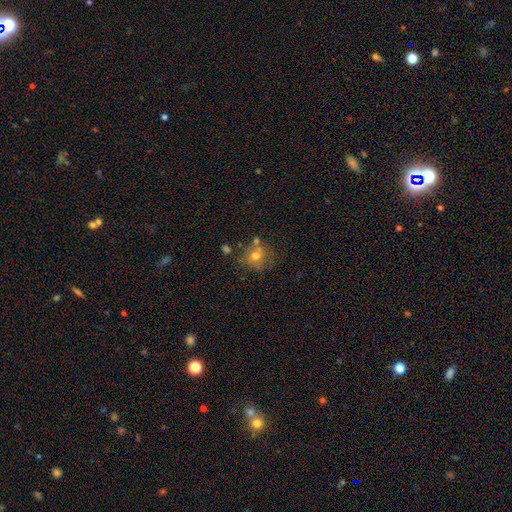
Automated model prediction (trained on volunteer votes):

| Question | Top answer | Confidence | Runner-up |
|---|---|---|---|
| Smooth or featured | smooth | 61% | featured or disk (24%) |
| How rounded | round | 72% | in between (27%) |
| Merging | none | 57% | minor disturbance (18%) |